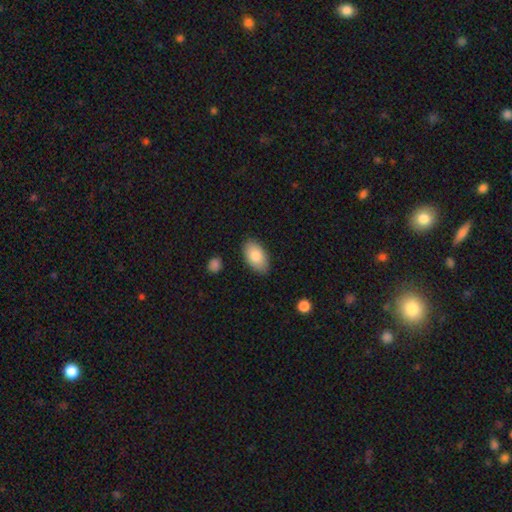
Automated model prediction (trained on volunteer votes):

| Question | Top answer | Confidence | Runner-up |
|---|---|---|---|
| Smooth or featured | smooth | 83% | featured or disk (11%) |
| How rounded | in between | 94% | round (4%) |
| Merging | none | 85% | minor disturbance (12%) |